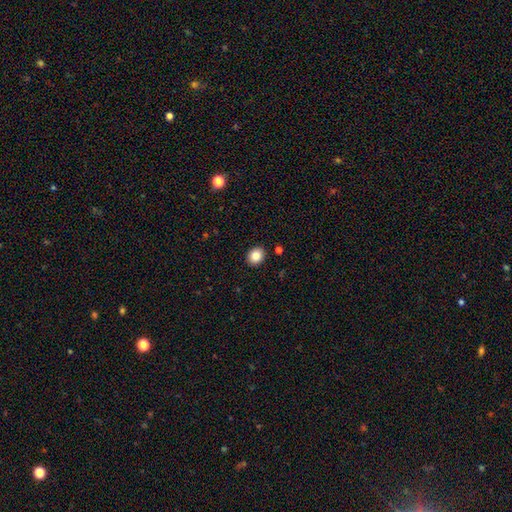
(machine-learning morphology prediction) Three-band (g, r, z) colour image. It shows a smooth galaxy with no disk features (85%) that is round (59%). Merging: none (91%).